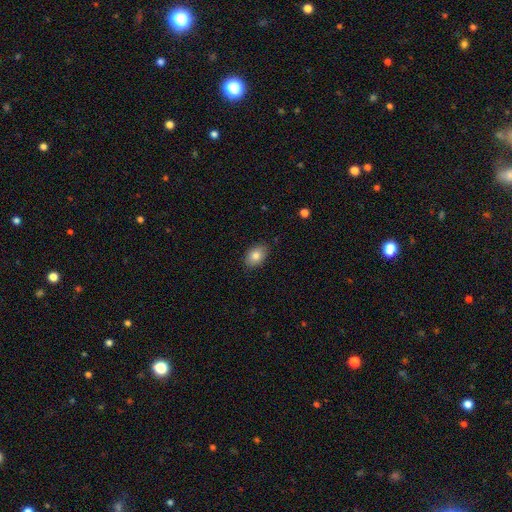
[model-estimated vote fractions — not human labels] This appears to be a smooth galaxy with no disk features (82%) that is in between round and cigar-shaped (83%). Merging: none (85%).